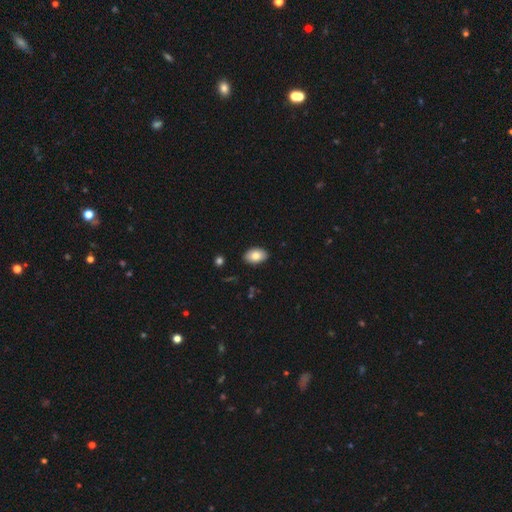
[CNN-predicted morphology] smooth-or-featured: smooth: 83% | featured or disk: 10% | star or artifact: 7%
  how-rounded: in between: 91% | round: 7% | cigar-shaped: 1%
  merging: none: 88% | minor disturbance: 9% | major disturbance: 2% | merger: 1%